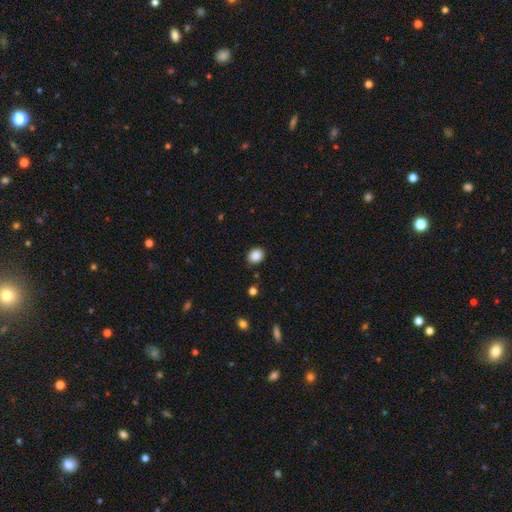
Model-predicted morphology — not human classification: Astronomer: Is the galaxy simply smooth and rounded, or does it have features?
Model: smooth — 87%.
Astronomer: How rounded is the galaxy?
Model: round — 64%.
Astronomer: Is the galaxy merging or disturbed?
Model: none — 90%.